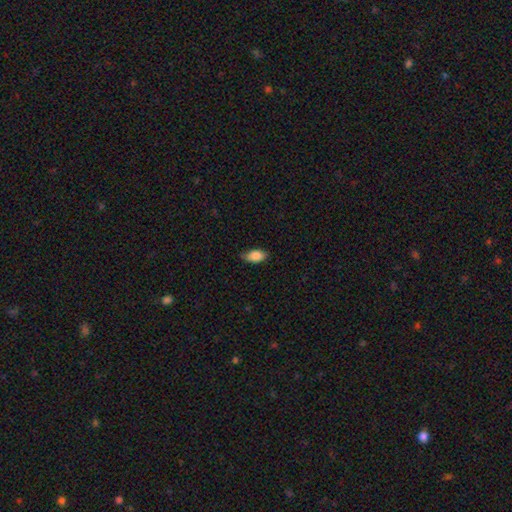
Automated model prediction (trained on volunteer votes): smooth 85%, featured or disk 8%, star or artifact 7%. Down the decision tree: how rounded — in between (91%); merging — none (73%).